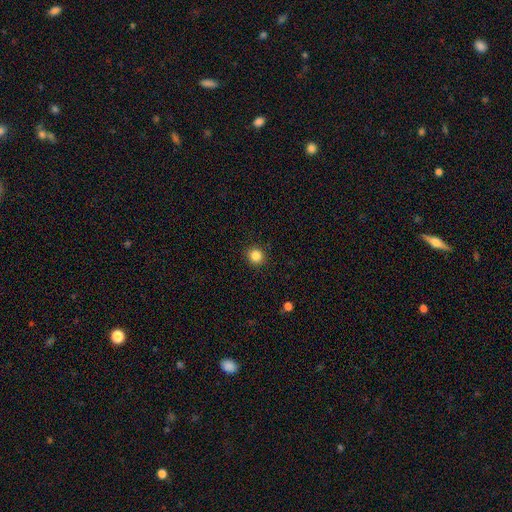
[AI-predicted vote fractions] Morphology: type=smooth (85%); roundness=round (93%); merging=none (92%).